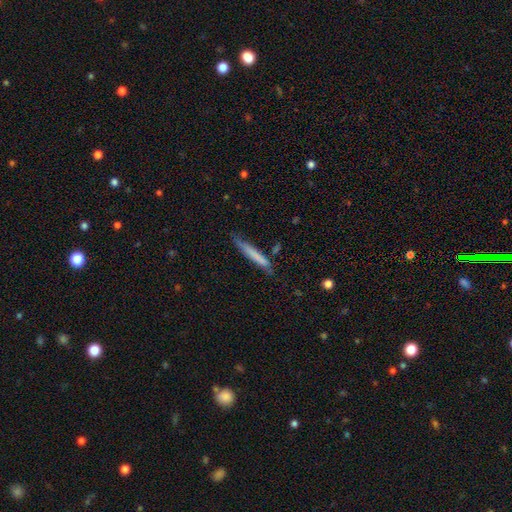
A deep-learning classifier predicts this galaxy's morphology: This is likely a smooth galaxy (69%). How rounded: clearly cigar-shaped (95%). Merging: likely none (71%).